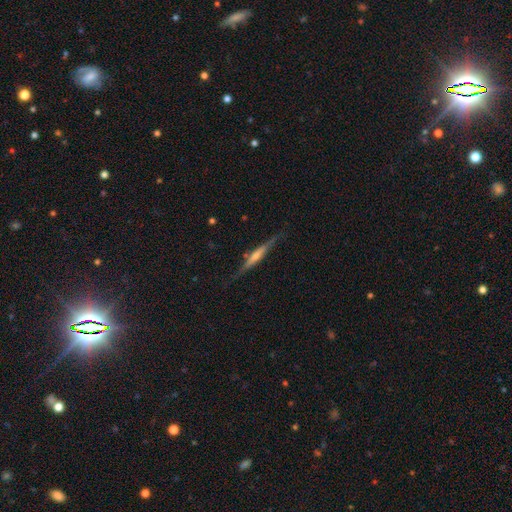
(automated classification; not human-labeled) This appears to be a featured or disk galaxy (75%) viewed edge-on (96%) with a rounded central bulge (59%). Merging: none (80%).